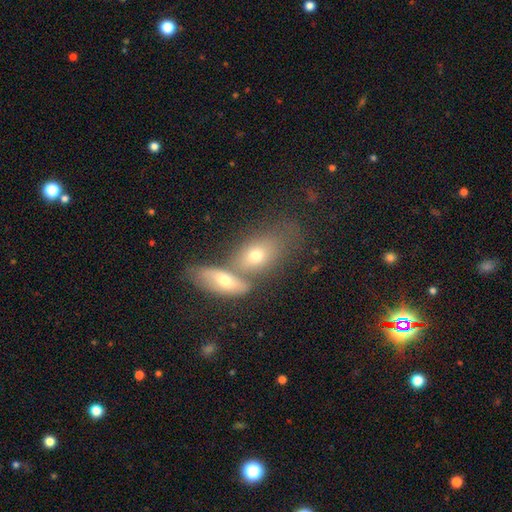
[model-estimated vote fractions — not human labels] A smooth galaxy with no disk features (64%) that is in between round and cigar-shaped (79%). Merging: merger (53%).